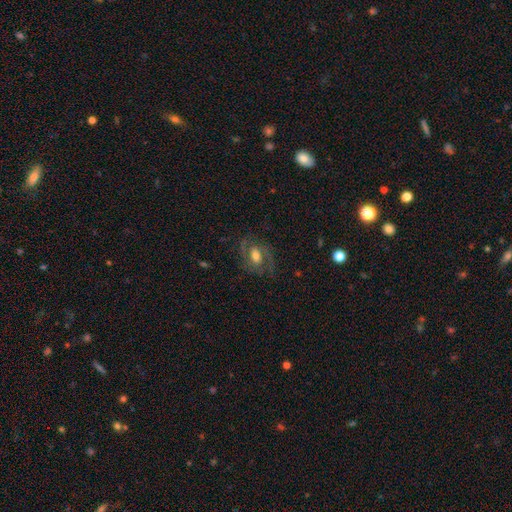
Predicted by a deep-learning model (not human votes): Morphology: type=featured or disk (71%); edge-on=no (96%); bar=weak (43%); spiral arms=yes (87%); winding=medium (53%); arm count=2 (81%); bulge=moderate (57%); merging=none (70%).